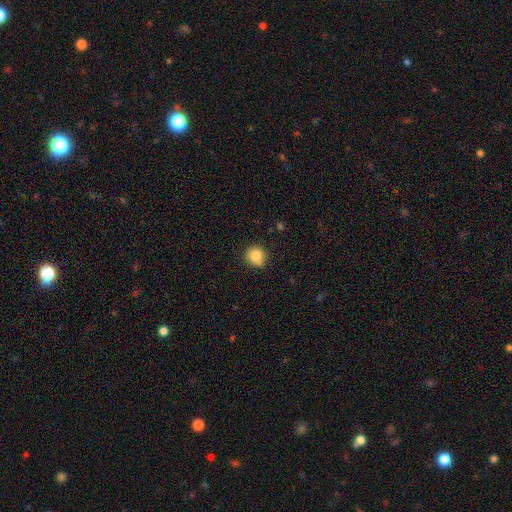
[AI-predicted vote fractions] smooth_or_featured: smooth (p=0.84) [alt: star or artifact p=0.10]
how_rounded: round (p=0.89) [alt: in between p=0.10]
merging: none (p=0.77) [alt: minor disturbance p=0.18]